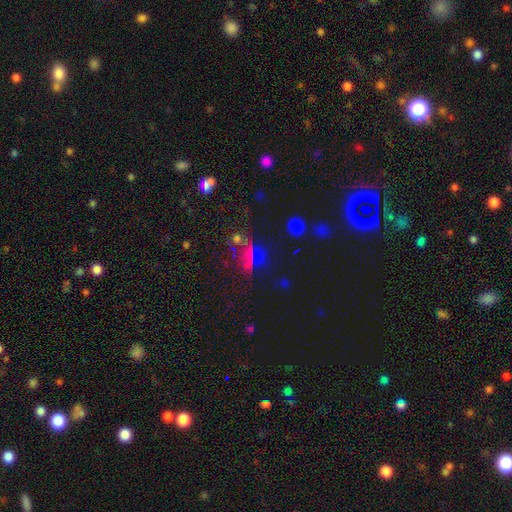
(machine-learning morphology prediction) Smooth or featured: star or artifact — 54% (smooth — 36%)